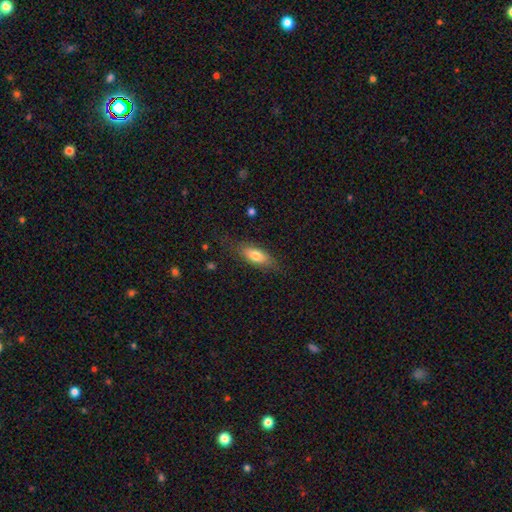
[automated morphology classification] smooth-or-featured: smooth: 75% | featured or disk: 19% | star or artifact: 6%
  how-rounded: in between: 73% | cigar-shaped: 24% | round: 3%
  merging: none: 76% | minor disturbance: 17% | major disturbance: 5% | merger: 1%